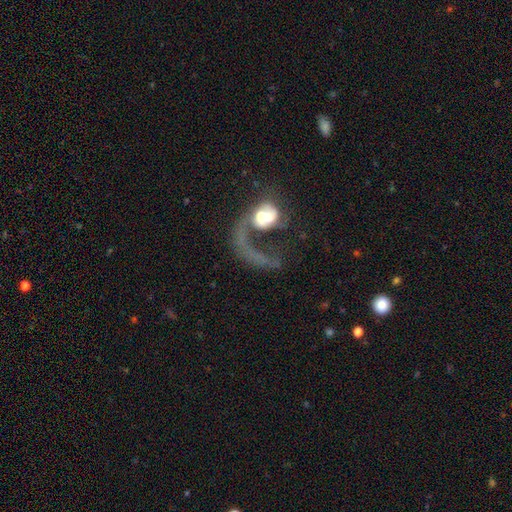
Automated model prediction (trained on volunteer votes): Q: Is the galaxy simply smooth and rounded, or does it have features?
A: featured or disk — 62%.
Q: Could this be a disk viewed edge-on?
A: no — 95%.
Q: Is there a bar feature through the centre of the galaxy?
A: no — 71%.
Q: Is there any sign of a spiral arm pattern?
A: yes — 74%.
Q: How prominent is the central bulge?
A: moderate — 36%.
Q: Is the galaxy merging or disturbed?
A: major disturbance — 49%.